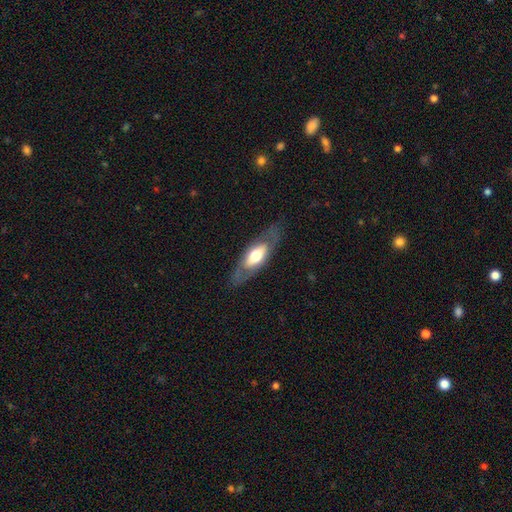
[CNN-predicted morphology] type=featured or disk (50%); merging=none (77%).